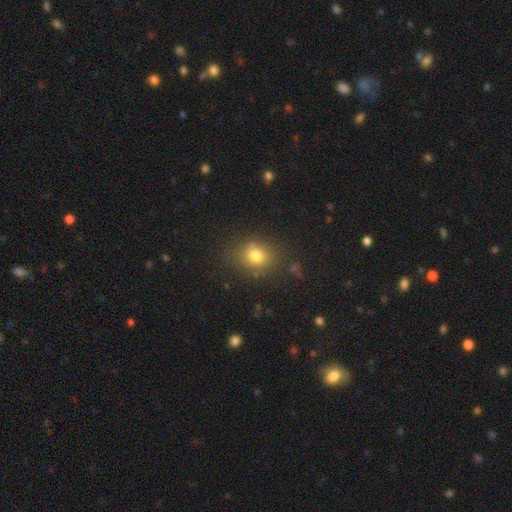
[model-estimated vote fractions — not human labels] This is likely a smooth galaxy (77%). How rounded: possibly round (57%). Merging: likely none (75%).